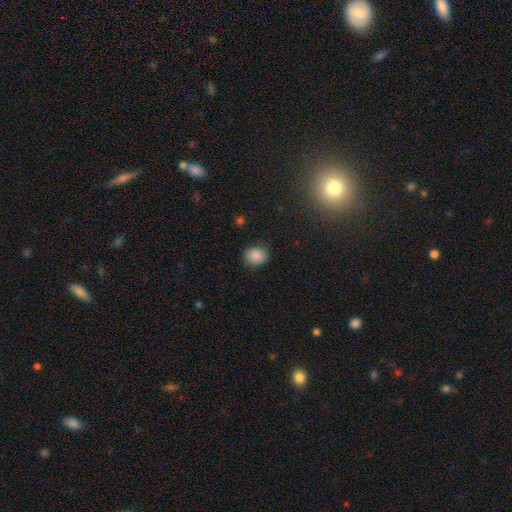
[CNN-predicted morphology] Smooth or featured?
  - smooth: 87% *
  - star or artifact: 9%
  - featured or disk: 4%
How rounded?
  - round: 61% *
  - in between: 39%
  - cigar-shaped: 1%
Merging?
  - none: 84% *
  - minor disturbance: 12%
  - major disturbance: 3%
  - merger: 1%